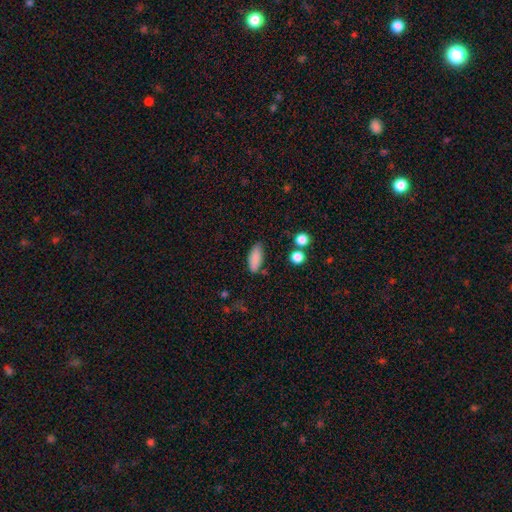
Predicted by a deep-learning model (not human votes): Morphology: type=smooth (86%); roundness=in between (79%); merging=none (78%).